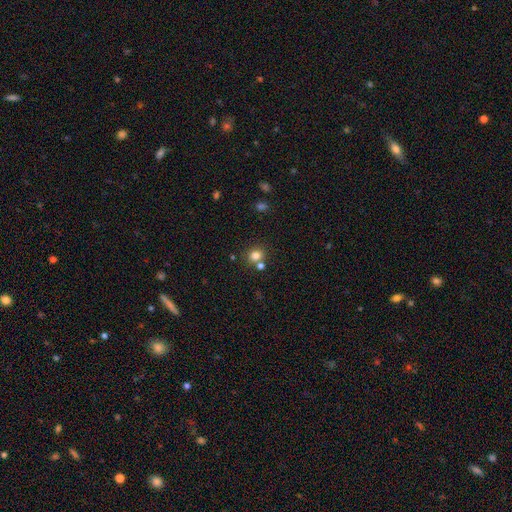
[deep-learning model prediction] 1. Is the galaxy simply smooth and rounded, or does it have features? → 79% smooth, 14% star or artifact, 7% featured or disk.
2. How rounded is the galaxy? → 82% round, 17% in between, 1% cigar-shaped.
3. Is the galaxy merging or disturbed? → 69% none, 19% merger, 9% minor disturbance, 3% major disturbance.